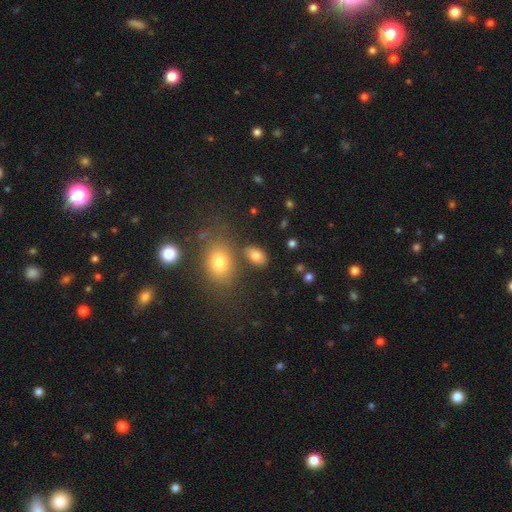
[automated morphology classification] smooth_or_featured: smooth (p=0.81) [alt: star or artifact p=0.10]
how_rounded: in between (p=0.87) [alt: round p=0.11]
merging: none (p=0.76) [alt: minor disturbance p=0.11]